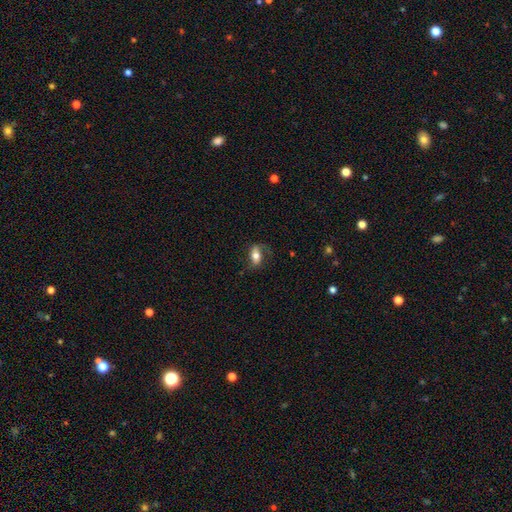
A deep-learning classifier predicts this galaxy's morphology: A smooth galaxy with no disk features (59%) that is in between round and cigar-shaped (84%).

Vote fractions:
- Smooth or featured? smooth: 59% / featured or disk: 33% / star or artifact: 8%
- How rounded? in between: 84% / round: 8% / cigar-shaped: 7%
- Merging? none: 66% / minor disturbance: 21% / major disturbance: 11% / merger: 2%